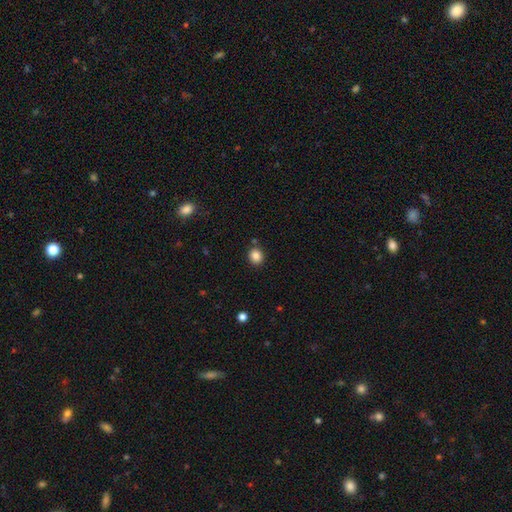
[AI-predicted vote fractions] smooth 85%, star or artifact 10%, featured or disk 4%. Down the decision tree: how rounded — round (76%); merging — none (85%).